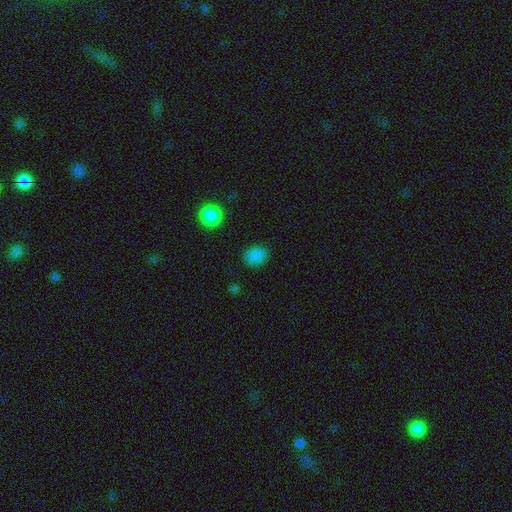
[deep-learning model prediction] Q: Smooth or featured?
A: smooth (84%); runner-up: star or artifact (12%)
Q: How rounded?
A: round (51%); runner-up: in between (48%)
Q: Merging?
A: none (87%); runner-up: minor disturbance (9%)